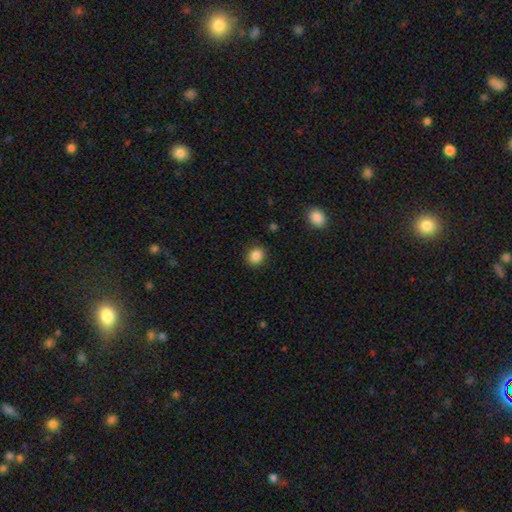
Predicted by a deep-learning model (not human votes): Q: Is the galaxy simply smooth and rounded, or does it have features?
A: smooth — 85%.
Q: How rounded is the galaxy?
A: round — 69%.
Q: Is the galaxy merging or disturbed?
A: none — 88%.